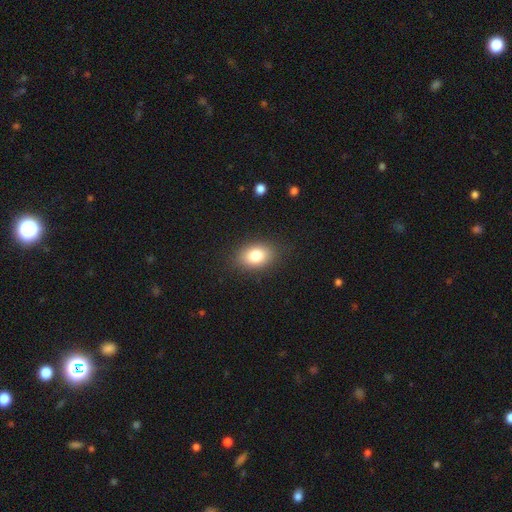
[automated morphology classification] Smooth or featured?
  - smooth: 81% *
  - featured or disk: 10%
  - star or artifact: 9%
How rounded?
  - in between: 80% *
  - round: 19%
  - cigar-shaped: 1%
Merging?
  - none: 87% *
  - minor disturbance: 10%
  - major disturbance: 3%
  - merger: 1%